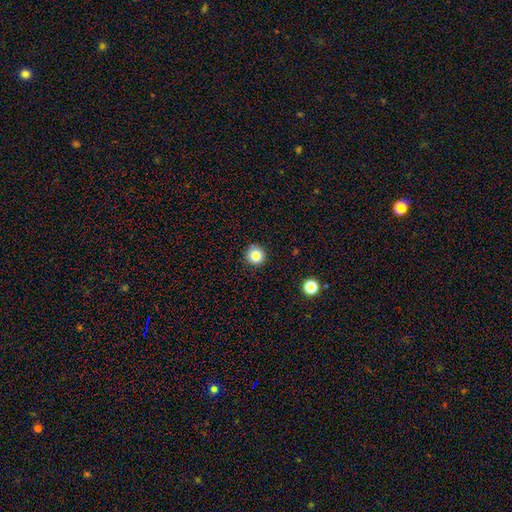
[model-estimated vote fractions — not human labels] This is clearly a smooth galaxy (84%). How rounded: clearly round (95%). Merging: clearly none (89%).